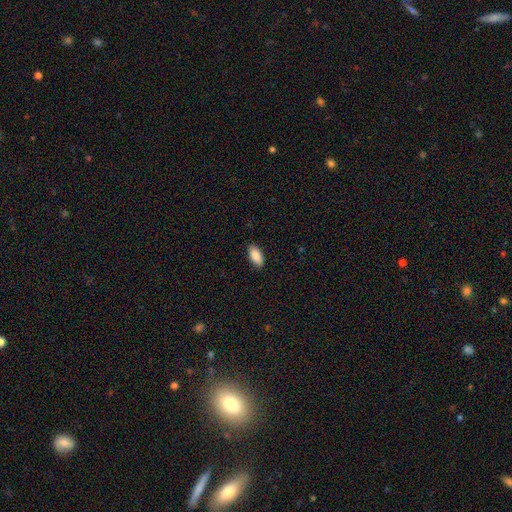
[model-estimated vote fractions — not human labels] The model was most divided on "merging": none: 88%, minor disturbance: 9%, major disturbance: 2%, merger: 1%. More confident: how rounded — in between (92%); smooth or featured — smooth (89%).